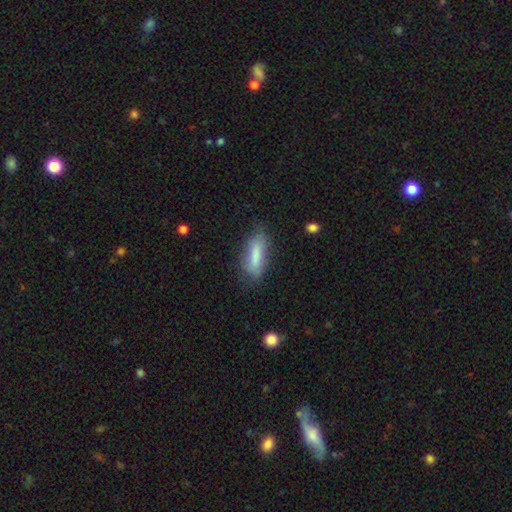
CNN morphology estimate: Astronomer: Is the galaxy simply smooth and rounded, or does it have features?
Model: smooth — 78%.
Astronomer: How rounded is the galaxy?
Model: in between — 55% (runner-up: cigar-shaped, 43%).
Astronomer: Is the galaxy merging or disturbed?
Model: none — 68%.